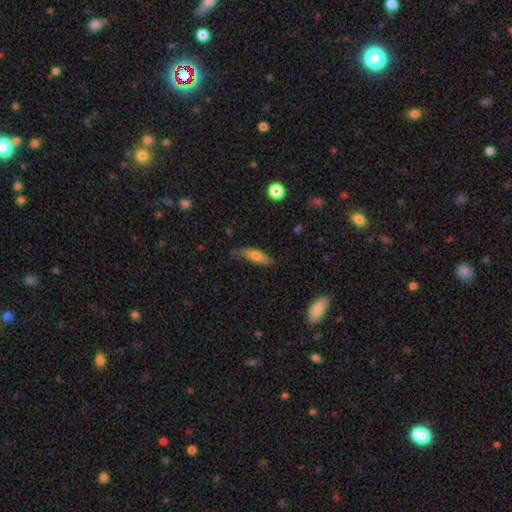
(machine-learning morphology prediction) Q: Smooth or featured?
A: smooth (75%); runner-up: featured or disk (18%)
Q: How rounded?
A: in between (53%); runner-up: cigar-shaped (45%)
Q: Merging?
A: none (59%); runner-up: minor disturbance (30%)